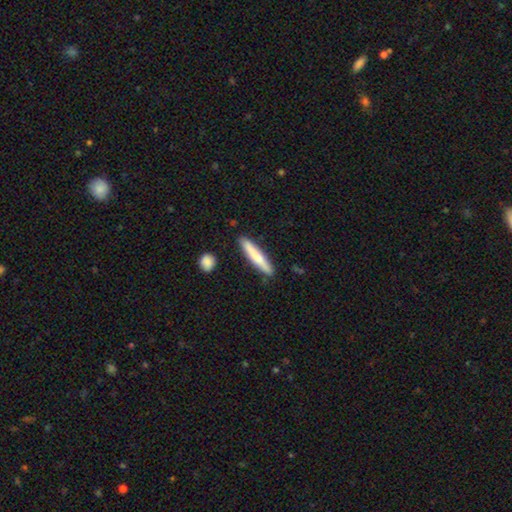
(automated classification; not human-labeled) smooth-or-featured: smooth: 71% | featured or disk: 23% | star or artifact: 5%
  how-rounded: cigar-shaped: 93% | in between: 6% | round: 1%
  merging: none: 88% | minor disturbance: 9% | merger: 2% | major disturbance: 2%